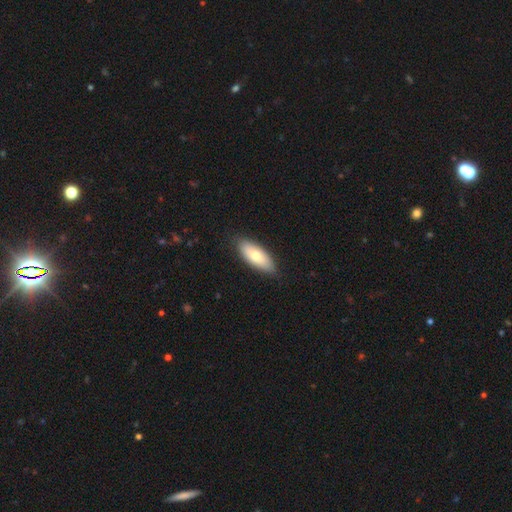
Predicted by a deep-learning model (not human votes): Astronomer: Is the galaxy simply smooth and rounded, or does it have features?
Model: smooth — 70%.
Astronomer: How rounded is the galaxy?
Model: in between — 81%.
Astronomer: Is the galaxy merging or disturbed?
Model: none — 86%.